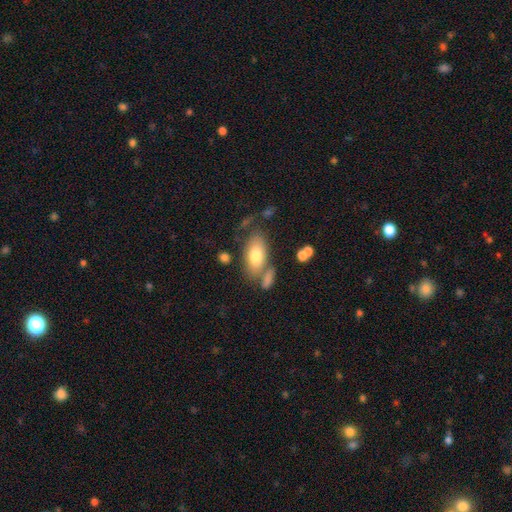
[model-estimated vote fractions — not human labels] Smooth or featured? Predicted: smooth (p=0.75). How rounded? Predicted: in between (p=0.91). Merging? Predicted: none (p=0.60).